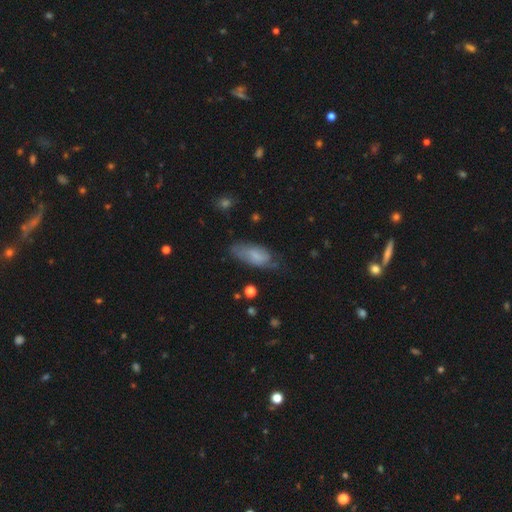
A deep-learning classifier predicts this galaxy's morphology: Smooth or featured? smooth (68%)
How rounded? in between (84%)
Merging? none (52%)